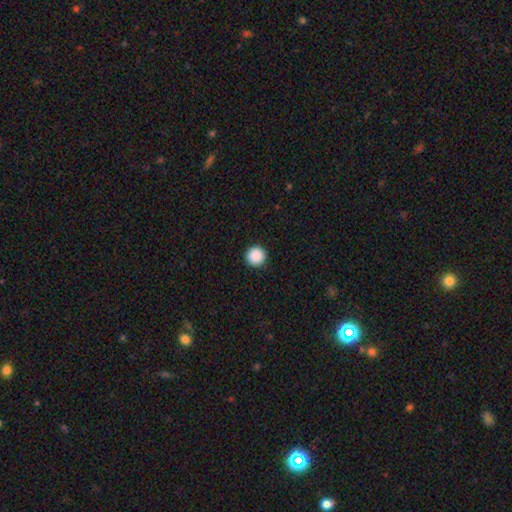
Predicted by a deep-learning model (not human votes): smooth_or_featured: smooth (p=0.89) [alt: star or artifact p=0.08]
how_rounded: round (p=0.96) [alt: in between p=0.03]
merging: none (p=0.93) [alt: minor disturbance p=0.04]